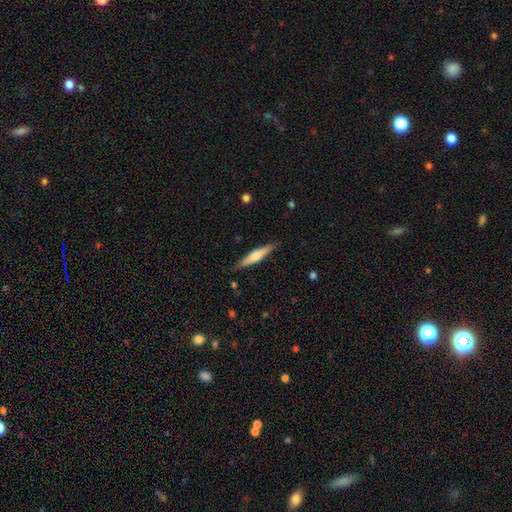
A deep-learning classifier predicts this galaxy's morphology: A featured or disk galaxy (48%).

Vote fractions:
- Smooth or featured? featured or disk: 48% / smooth: 47% / star or artifact: 6%
- Merging? none: 87% / minor disturbance: 10% / major disturbance: 2% / merger: 1%